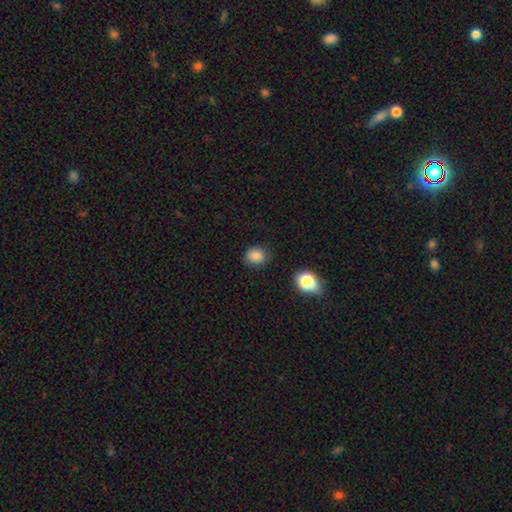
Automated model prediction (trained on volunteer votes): smooth_or_featured: smooth (p=0.83) [alt: star or artifact p=0.12]
how_rounded: round (p=0.67) [alt: in between p=0.32]
merging: none (p=0.82) [alt: minor disturbance p=0.13]